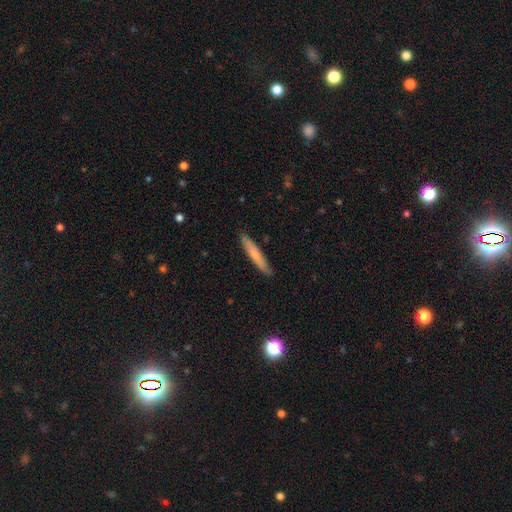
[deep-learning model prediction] Smooth or featured? smooth (64%)
How rounded? cigar-shaped (94%)
Merging? none (90%)